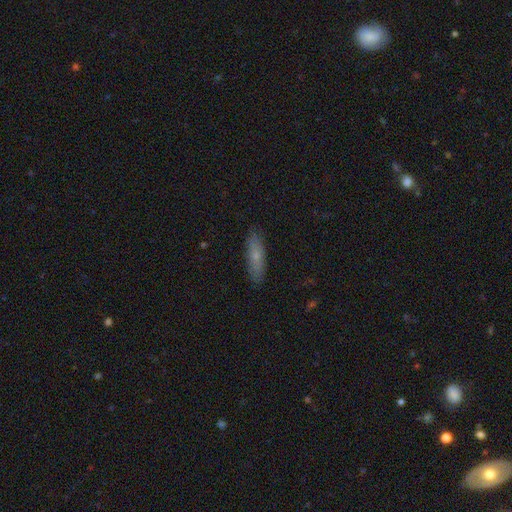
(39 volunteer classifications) Smooth or featured? smooth (82%)
How rounded? cigar-shaped (66%)
Merging? none (82%)